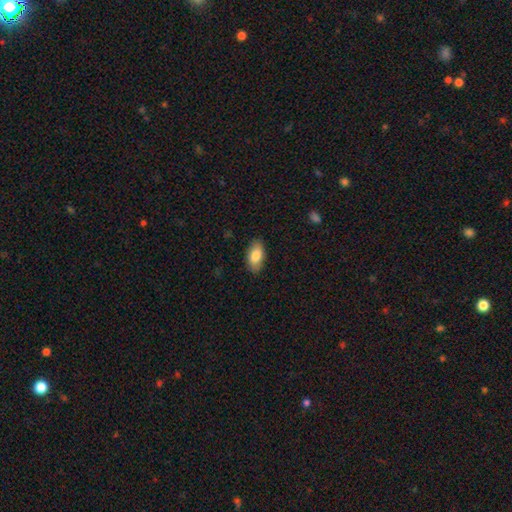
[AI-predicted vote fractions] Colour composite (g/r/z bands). It shows a smooth galaxy with no disk features (82%) that is in between round and cigar-shaped (92%). Merging: none (87%).